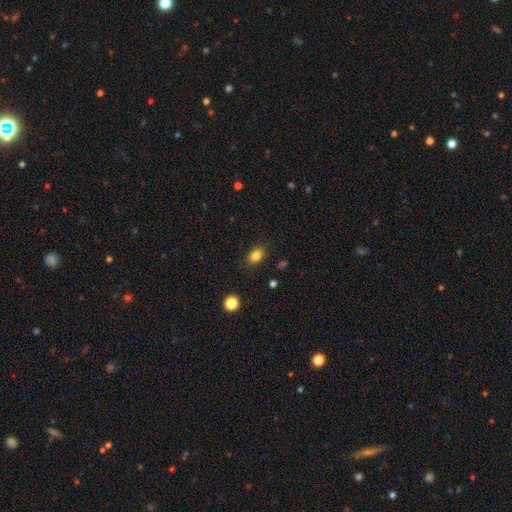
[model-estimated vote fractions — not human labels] Smooth or featured?
  - smooth: 84% *
  - star or artifact: 11%
  - featured or disk: 6%
How rounded?
  - in between: 75% *
  - round: 24%
  - cigar-shaped: 1%
Merging?
  - none: 86% *
  - minor disturbance: 10%
  - major disturbance: 3%
  - merger: 1%